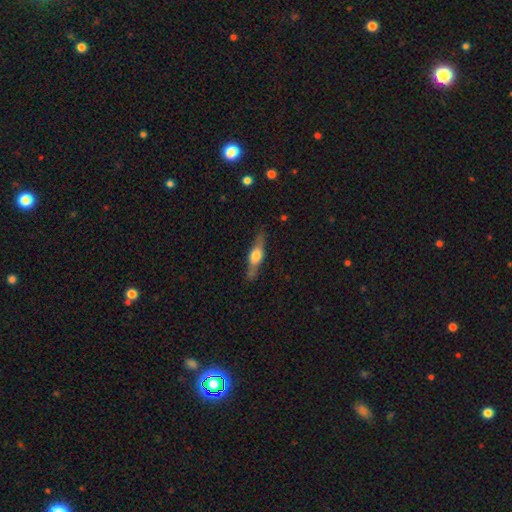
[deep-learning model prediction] Q: Smooth or featured?
A: featured or disk (57%); runner-up: smooth (38%)
Q: Edge-on disk?
A: yes (92%); runner-up: no (8%)
Q: Edge-on bulge?
A: rounded (90%); runner-up: boxy (7%)
Q: Merging?
A: none (80%); runner-up: minor disturbance (14%)